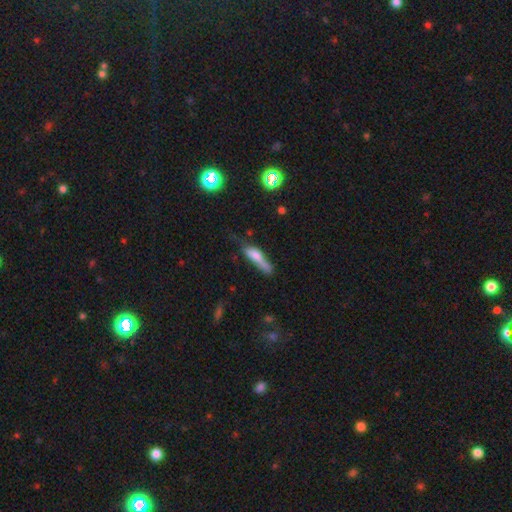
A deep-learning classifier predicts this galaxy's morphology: This appears to be a smooth galaxy with no disk features (63%) that is cigar-shaped (67%). Merging: none (32%).